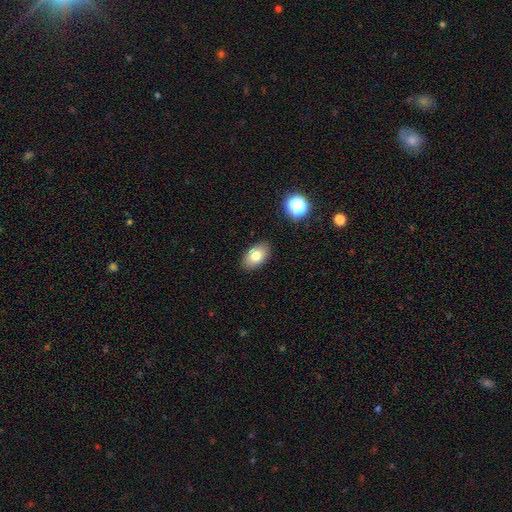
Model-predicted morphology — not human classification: This is likely a smooth galaxy (78%). How rounded: clearly in between (89%). Merging: clearly none (87%).